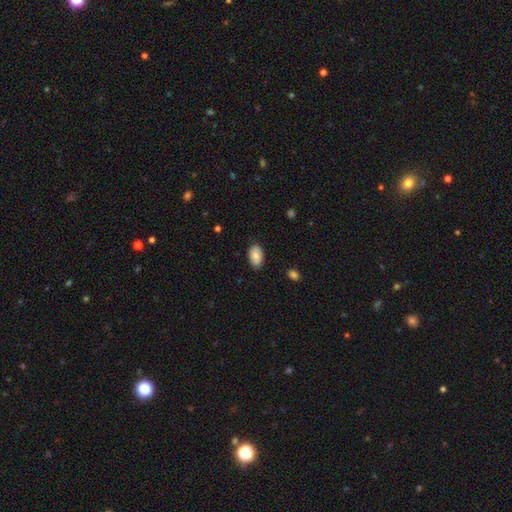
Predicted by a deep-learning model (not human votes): Q: Smooth or featured?
A: smooth (81%); runner-up: featured or disk (12%)
Q: How rounded?
A: in between (93%); runner-up: round (6%)
Q: Merging?
A: none (84%); runner-up: minor disturbance (12%)